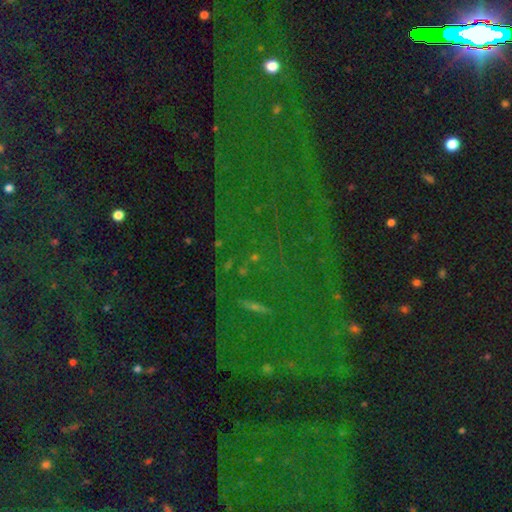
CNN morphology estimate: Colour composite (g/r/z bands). It shows a star or artifact, not a galaxy (83%).